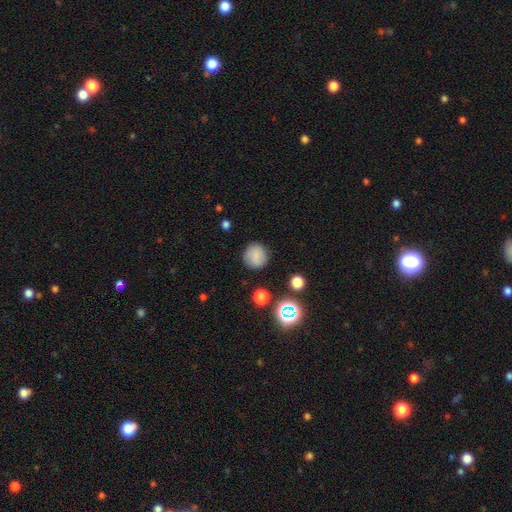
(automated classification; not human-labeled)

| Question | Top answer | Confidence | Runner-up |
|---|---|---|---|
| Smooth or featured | smooth | 80% | star or artifact (12%) |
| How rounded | round | 91% | in between (8%) |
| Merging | none | 86% | minor disturbance (9%) |